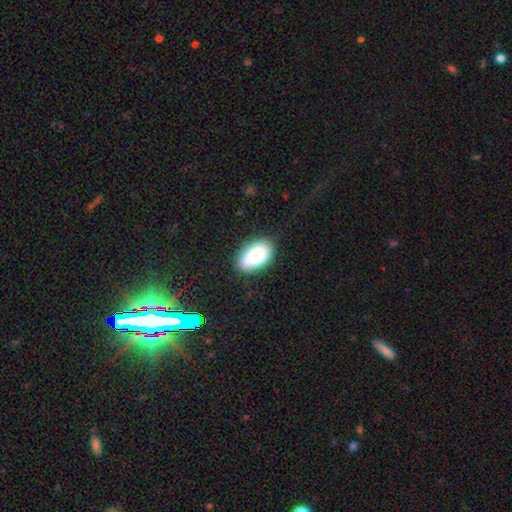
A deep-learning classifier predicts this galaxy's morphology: A smooth galaxy with no disk features (77%) that is in between round and cigar-shaped (93%). Merging: none (80%).